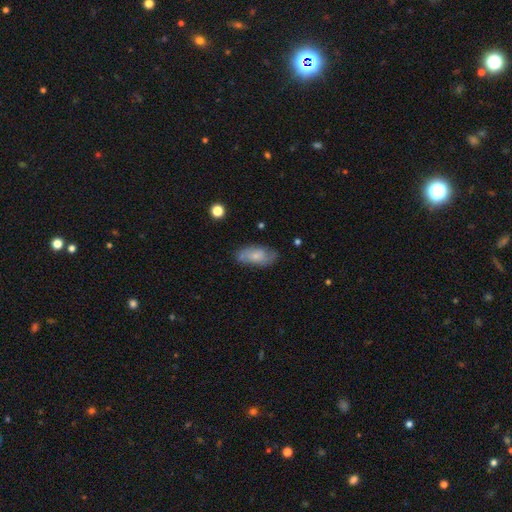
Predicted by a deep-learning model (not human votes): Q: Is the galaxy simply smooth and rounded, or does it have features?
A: smooth — 60%.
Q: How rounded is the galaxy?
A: in between — 88%.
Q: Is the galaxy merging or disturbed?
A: none — 68%.